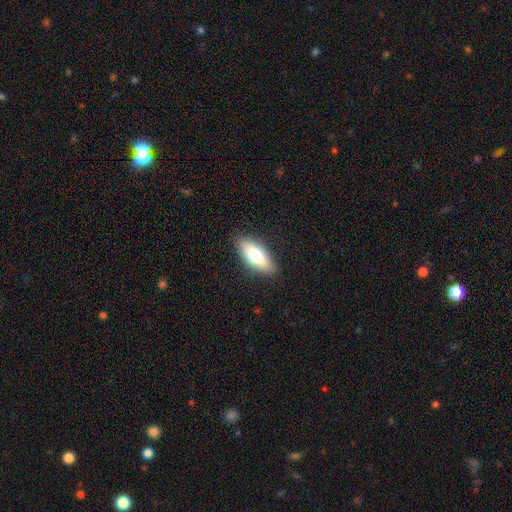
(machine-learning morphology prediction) Smooth or featured?
  - smooth: 72% *
  - featured or disk: 22%
  - star or artifact: 7%
How rounded?
  - in between: 77% *
  - cigar-shaped: 20%
  - round: 3%
Merging?
  - none: 87% *
  - minor disturbance: 10%
  - major disturbance: 2%
  - merger: 1%